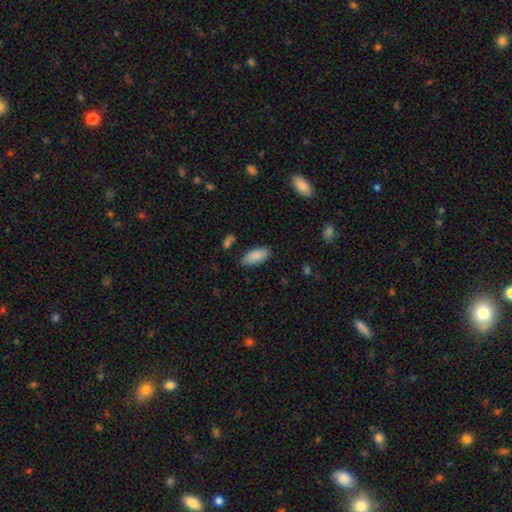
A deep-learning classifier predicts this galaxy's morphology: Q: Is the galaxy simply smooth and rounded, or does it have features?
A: smooth — 88%.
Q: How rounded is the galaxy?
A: in between — 90%.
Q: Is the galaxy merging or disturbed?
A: none — 83%.